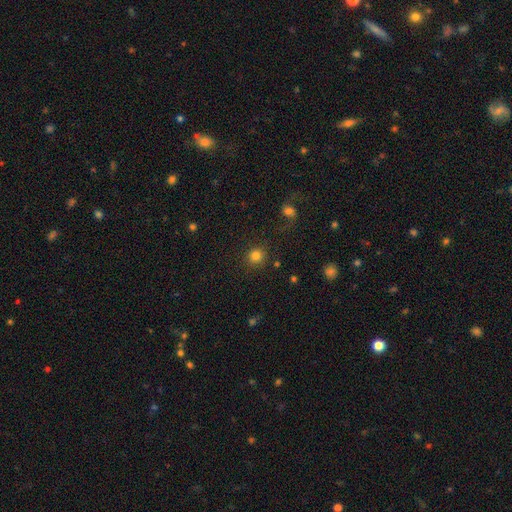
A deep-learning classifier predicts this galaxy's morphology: This is clearly a smooth galaxy (82%). How rounded: clearly round (91%). Merging: clearly none (87%).